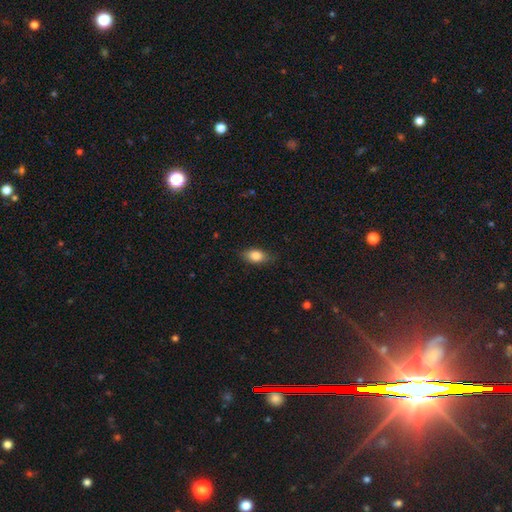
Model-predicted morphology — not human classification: This is clearly a smooth galaxy (83%). How rounded: clearly in between (85%). Merging: clearly none (80%).